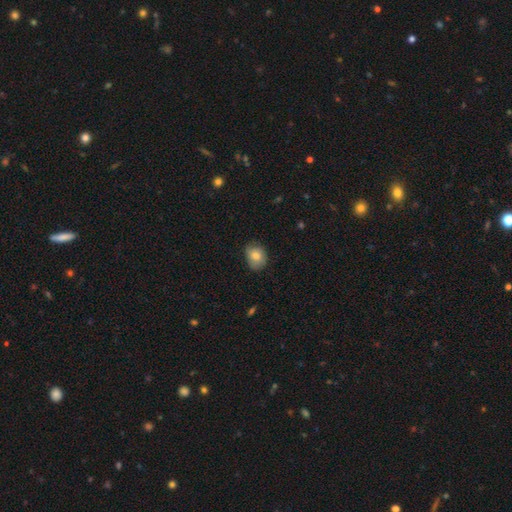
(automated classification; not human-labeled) Smooth or featured: smooth — 80% (featured or disk — 12%)
How rounded: in between — 53% (round — 46%)
Merging: none — 68% (minor disturbance — 26%)